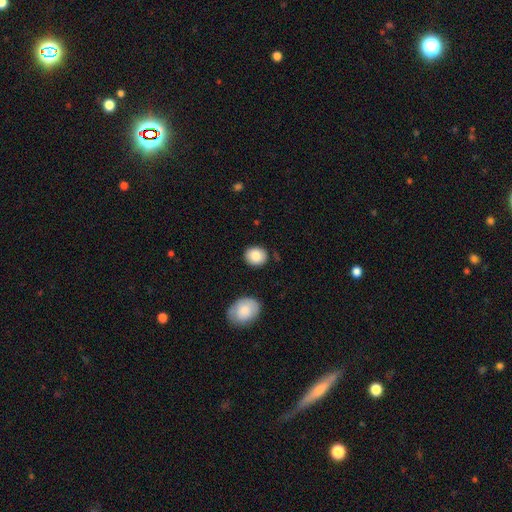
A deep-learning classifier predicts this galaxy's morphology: type=smooth (86%); roundness=round (69%); merging=none (84%).